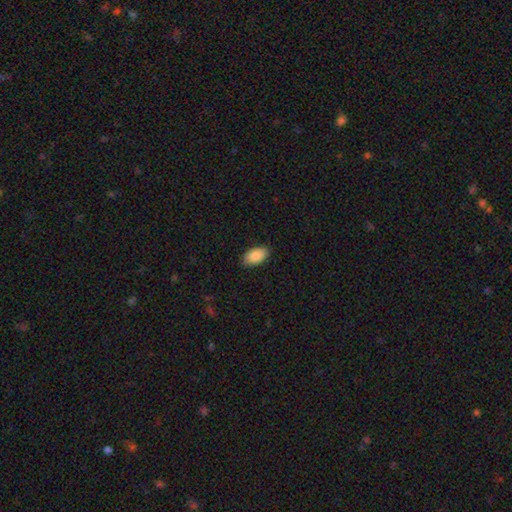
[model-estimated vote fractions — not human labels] smooth-or-featured: smooth: 87% | featured or disk: 7% | star or artifact: 6%
  how-rounded: in between: 95% | round: 3% | cigar-shaped: 2%
  merging: none: 87% | minor disturbance: 10% | major disturbance: 2% | merger: 1%